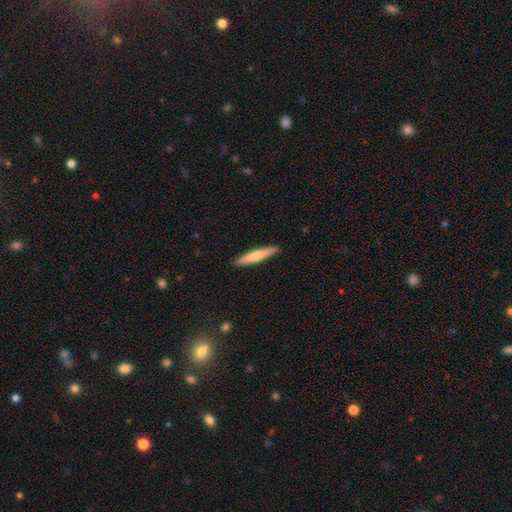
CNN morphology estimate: smooth_or_featured: smooth (p=0.65) [alt: featured or disk p=0.30]
how_rounded: cigar-shaped (p=0.91) [alt: in between p=0.08]
merging: none (p=0.91) [alt: minor disturbance p=0.07]